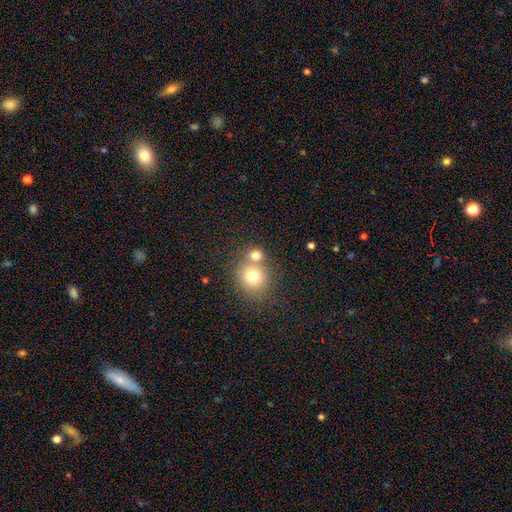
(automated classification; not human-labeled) Smooth or featured?
  - smooth: 76% *
  - star or artifact: 13%
  - featured or disk: 11%
How rounded?
  - round: 82% *
  - in between: 17%
  - cigar-shaped: 1%
Merging?
  - none: 51% *
  - merger: 38%
  - minor disturbance: 7%
  - major disturbance: 3%